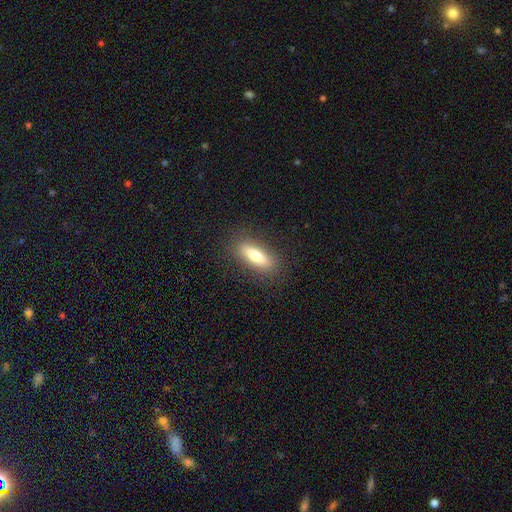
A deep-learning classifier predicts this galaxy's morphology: type=smooth (69%); roundness=in between (51%); merging=none (87%).